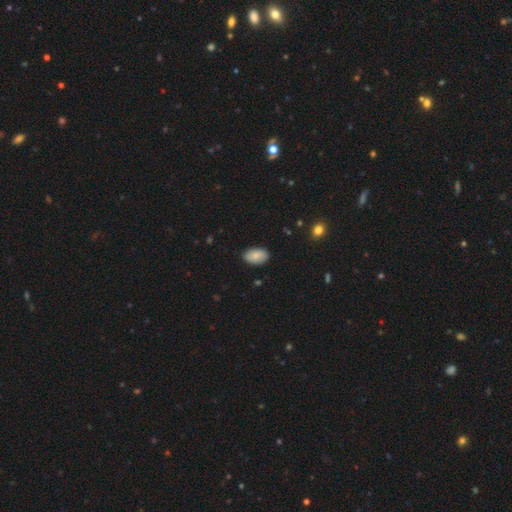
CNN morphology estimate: smooth_or_featured: smooth (p=0.81) [alt: featured or disk p=0.12]
how_rounded: in between (p=0.93) [alt: round p=0.05]
merging: none (p=0.85) [alt: minor disturbance p=0.12]